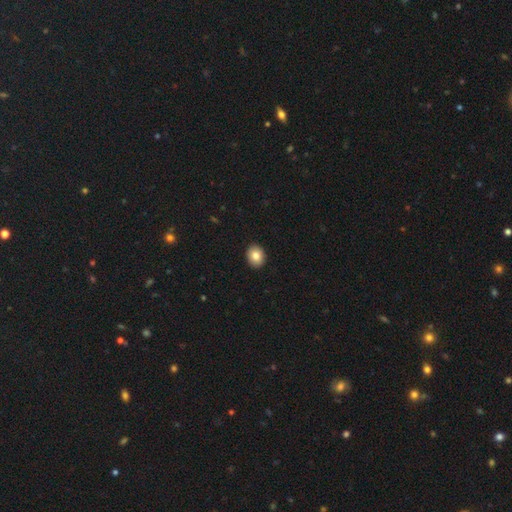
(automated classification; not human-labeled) Overall: smooth (84%). How rounded: round (53%; in between 46%). Merging: none (92%).